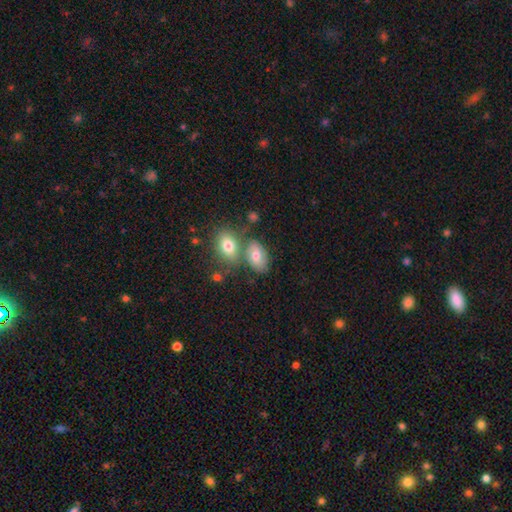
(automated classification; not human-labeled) Morphology: type=smooth (66%); roundness=in between (88%); merging=none (52%).